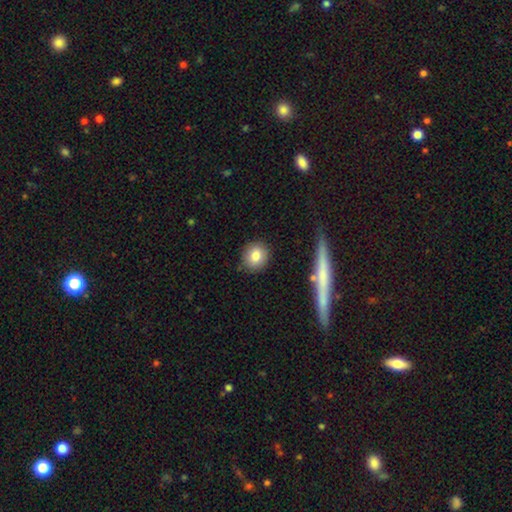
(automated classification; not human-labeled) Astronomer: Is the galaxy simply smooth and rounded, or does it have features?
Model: smooth — 83%.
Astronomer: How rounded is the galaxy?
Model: round — 83%.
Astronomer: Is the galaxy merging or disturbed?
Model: none — 88%.